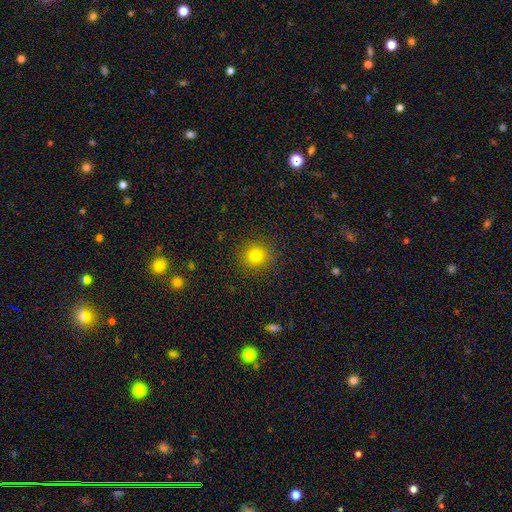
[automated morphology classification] This appears to be a smooth galaxy with no disk features (79%) that is round (90%). Merging: none (89%).